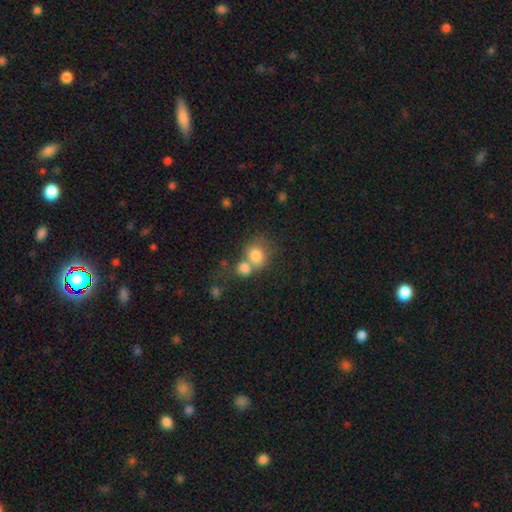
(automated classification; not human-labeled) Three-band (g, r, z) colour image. It shows a smooth galaxy with no disk features (78%) that is round (69%). Merging: merger (52%).